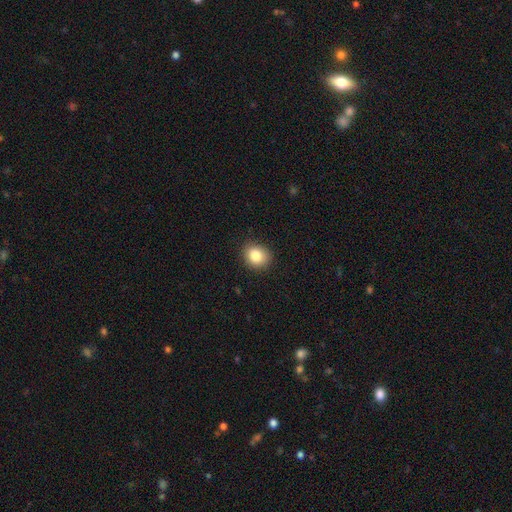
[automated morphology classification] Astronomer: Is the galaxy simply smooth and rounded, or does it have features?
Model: smooth — 85%.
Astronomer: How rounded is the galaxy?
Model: round — 68%.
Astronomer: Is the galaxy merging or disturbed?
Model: none — 87%.